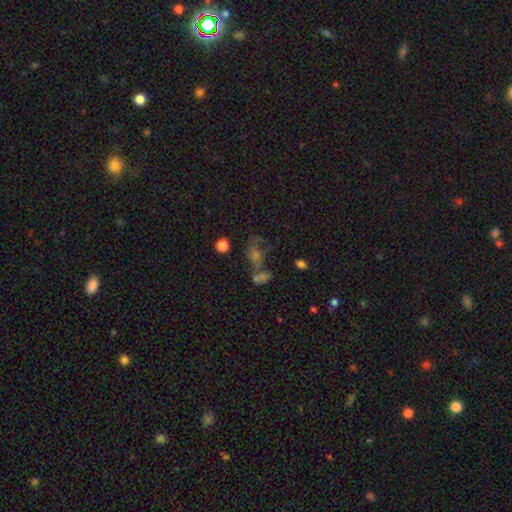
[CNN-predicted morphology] This is marginally a star or artifact rather than a galaxy (41%).